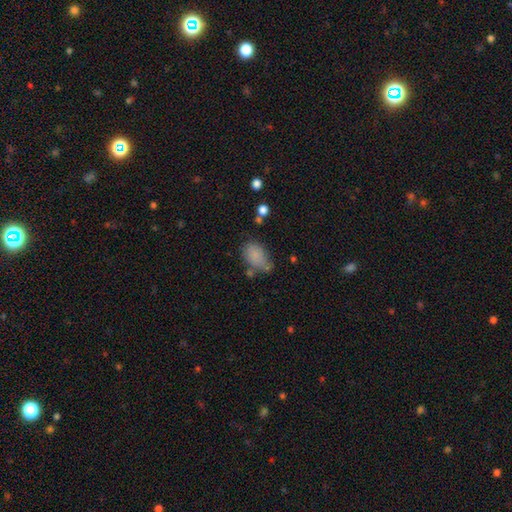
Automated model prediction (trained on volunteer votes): Morphology: type=smooth (80%); roundness=in between (87%); merging=none (50%).